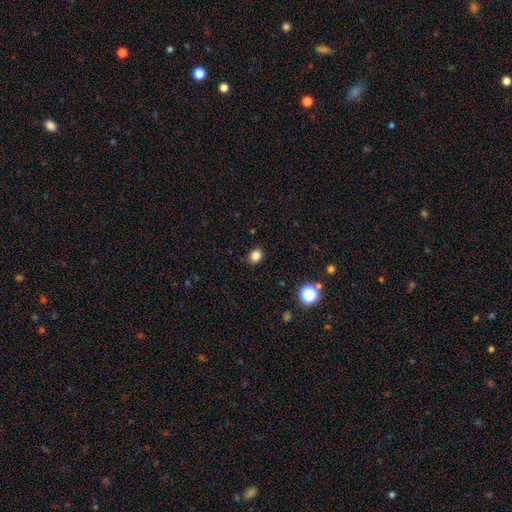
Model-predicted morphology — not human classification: This is clearly a smooth galaxy (83%). How rounded: likely round (68%). Merging: clearly none (89%).